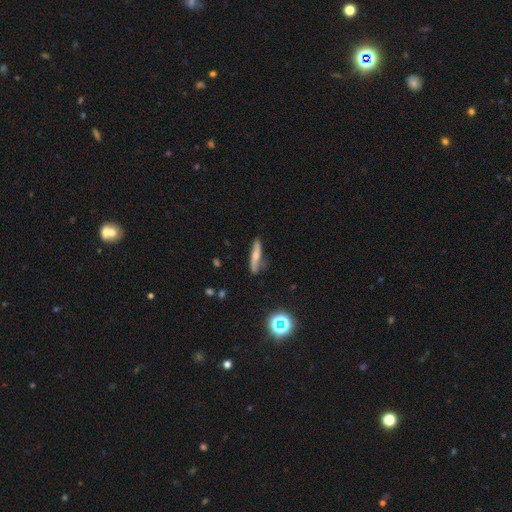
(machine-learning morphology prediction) Overall: featured or disk (46%; smooth 45%). Merging: none (73%).